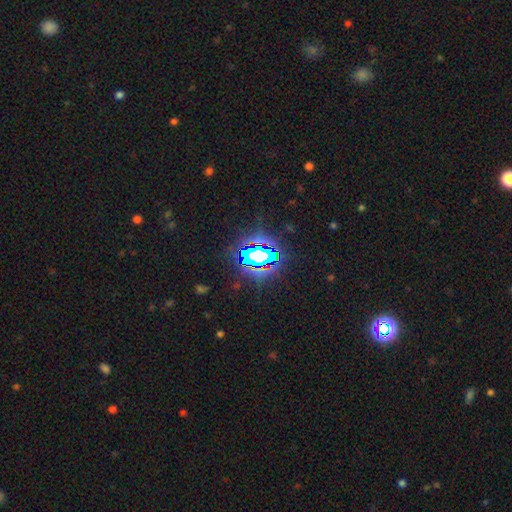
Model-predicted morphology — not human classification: Overall: star or artifact (75%).